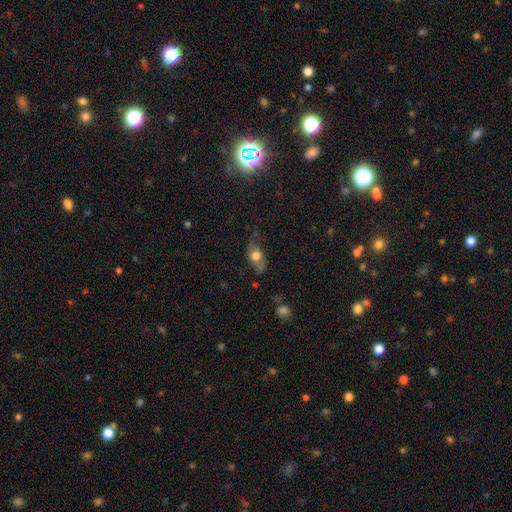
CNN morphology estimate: Smooth or featured?
  - smooth: 61% *
  - featured or disk: 30%
  - star or artifact: 9%
How rounded?
  - in between: 71% *
  - round: 21%
  - cigar-shaped: 8%
Merging?
  - none: 53% *
  - minor disturbance: 29%
  - major disturbance: 15%
  - merger: 3%